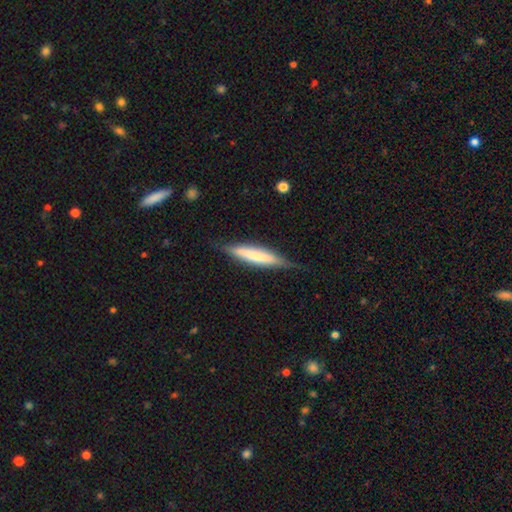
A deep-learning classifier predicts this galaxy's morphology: smooth 54%, featured or disk 41%, star or artifact 5%. Down the decision tree: how rounded — cigar-shaped (88%); merging — none (78%).